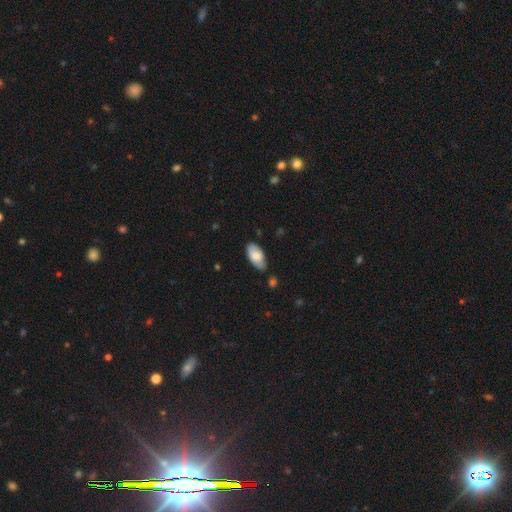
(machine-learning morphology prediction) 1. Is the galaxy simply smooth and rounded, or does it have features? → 77% smooth, 17% featured or disk, 6% star or artifact.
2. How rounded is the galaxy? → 94% in between, 4% cigar-shaped, 2% round.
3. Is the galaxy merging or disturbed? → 66% none, 27% minor disturbance, 4% major disturbance, 3% merger.